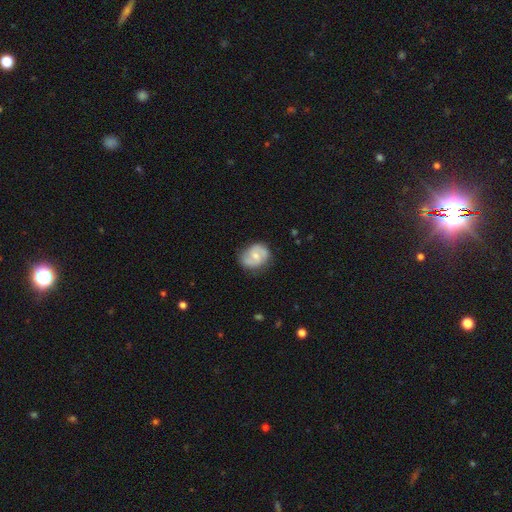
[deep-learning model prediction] A featured or disk galaxy (65%) with a weak bar (46%), 2 (85%) medium (48%) spiral arms (89%) and a small central bulge (50%). Merging: none (76%).